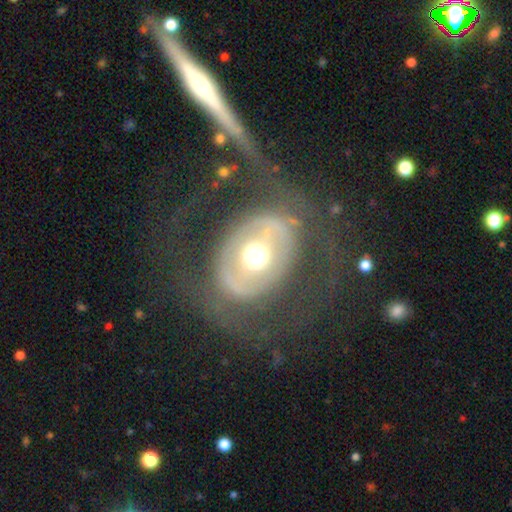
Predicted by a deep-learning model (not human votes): smooth_or_featured: featured or disk (p=0.65) [alt: smooth p=0.28]
disk_edge_on: no (p=0.93) [alt: yes p=0.07]
bar: no (p=0.57) [alt: weak p=0.22]
has_spiral_arms: no (p=0.69) [alt: yes p=0.31]
bulge_size: moderate (p=0.65) [alt: large p=0.24]
merging: none (p=0.65) [alt: major disturbance p=0.19]